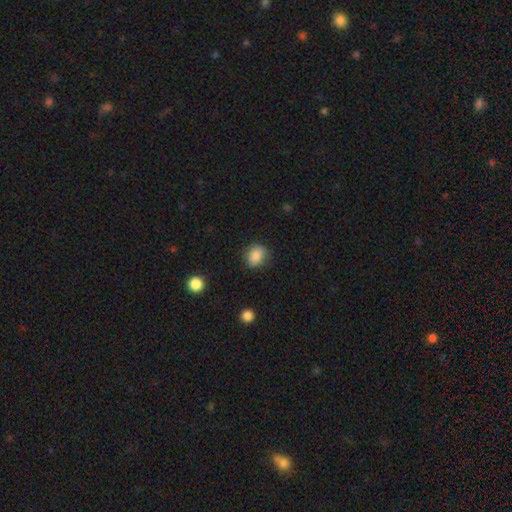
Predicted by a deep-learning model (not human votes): A smooth galaxy with no disk features (85%) that is round (51%).

Vote fractions:
- Smooth or featured? smooth: 85% / star or artifact: 9% / featured or disk: 6%
- How rounded? round: 51% / in between: 48% / cigar-shaped: 1%
- Merging? none: 77% / minor disturbance: 18% / major disturbance: 4% / merger: 1%